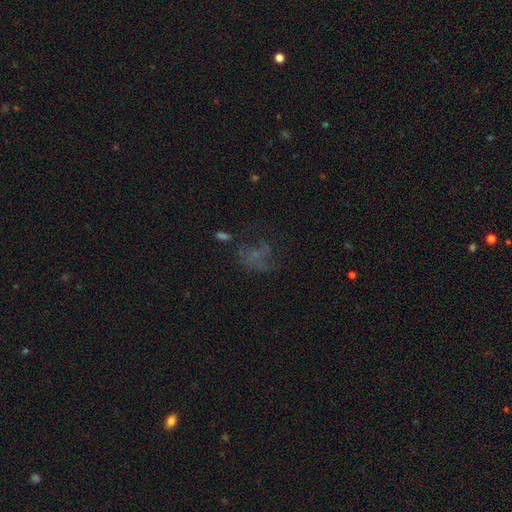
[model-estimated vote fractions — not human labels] Smooth or featured? Predicted: featured or disk (p=0.42). Merging? Predicted: major disturbance (p=0.40).